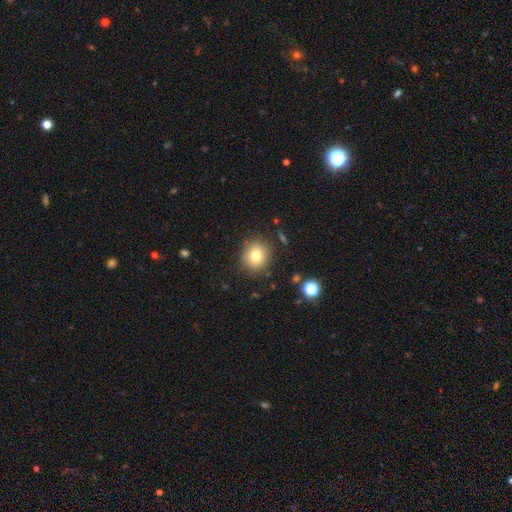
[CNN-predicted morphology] Smooth or featured? smooth (78%)
How rounded? round (87%)
Merging? none (87%)